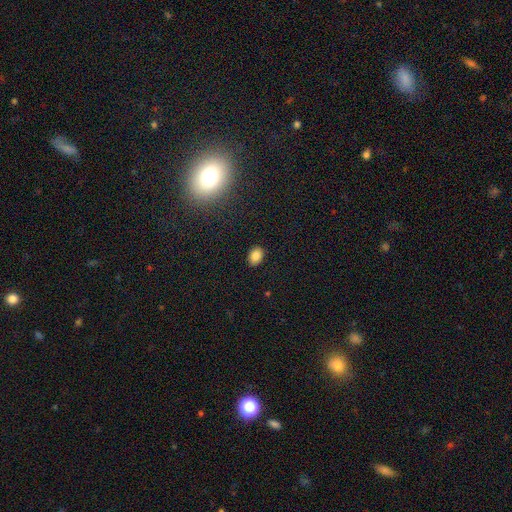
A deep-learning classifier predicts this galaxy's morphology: The model was most divided on "how rounded": in between: 78%, round: 21%, cigar-shaped: 1%. More confident: merging — none (88%); smooth or featured — smooth (84%).